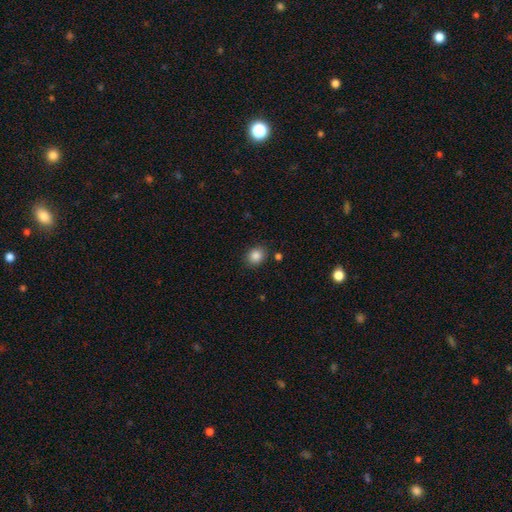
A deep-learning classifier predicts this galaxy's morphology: The model was most divided on "how rounded": round: 63%, in between: 36%, cigar-shaped: 1%. More confident: merging — none (86%); smooth or featured — smooth (85%).